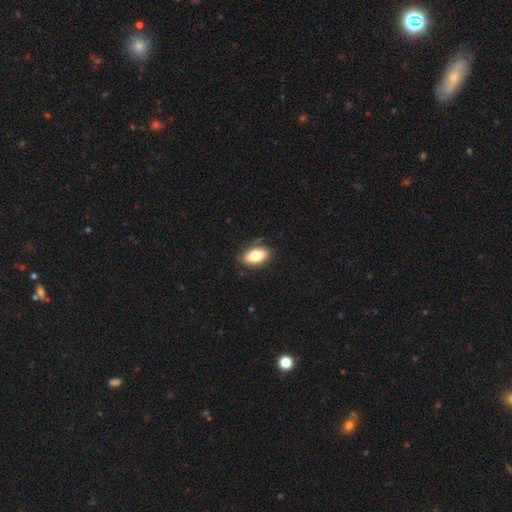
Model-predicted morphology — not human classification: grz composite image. It shows a smooth galaxy with no disk features (78%) that is in between round and cigar-shaped (89%). Merging: none (78%).